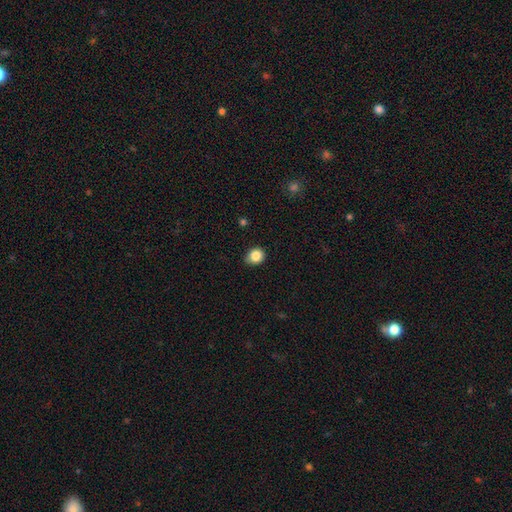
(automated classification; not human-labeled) Smooth or featured?
  - smooth: 85% *
  - star or artifact: 10%
  - featured or disk: 5%
How rounded?
  - round: 71% *
  - in between: 29%
  - cigar-shaped: 1%
Merging?
  - none: 78% *
  - minor disturbance: 19%
  - major disturbance: 2%
  - merger: 1%